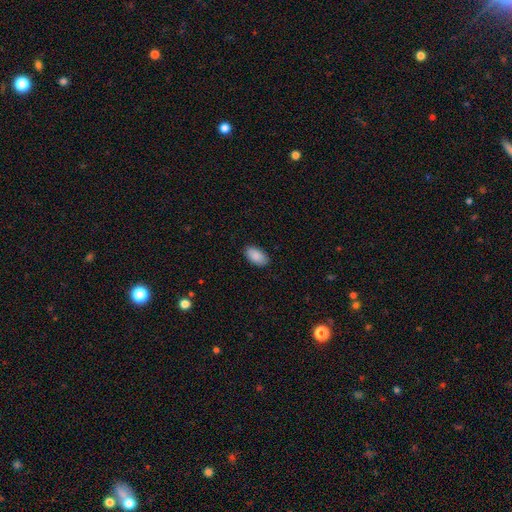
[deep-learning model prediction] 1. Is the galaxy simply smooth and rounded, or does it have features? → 89% smooth, 6% star or artifact, 4% featured or disk.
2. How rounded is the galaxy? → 95% in between, 3% round, 2% cigar-shaped.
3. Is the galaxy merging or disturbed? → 88% none, 9% minor disturbance, 2% major disturbance, 1% merger.